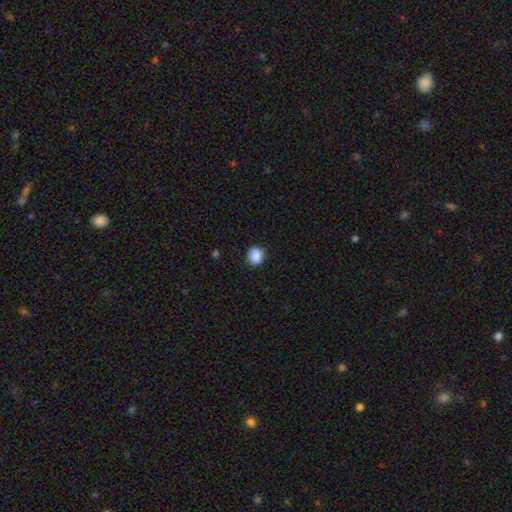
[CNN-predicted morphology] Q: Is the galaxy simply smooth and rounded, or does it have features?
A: smooth — 88%.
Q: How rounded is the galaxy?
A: round — 81%.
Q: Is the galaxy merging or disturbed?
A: none — 86%.